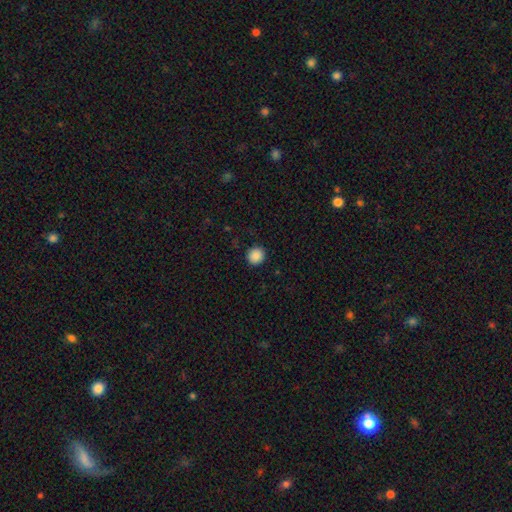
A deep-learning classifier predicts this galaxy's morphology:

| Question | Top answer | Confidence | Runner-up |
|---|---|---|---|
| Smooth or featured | smooth | 88% | star or artifact (9%) |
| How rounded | round | 88% | in between (11%) |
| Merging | none | 91% | minor disturbance (6%) |